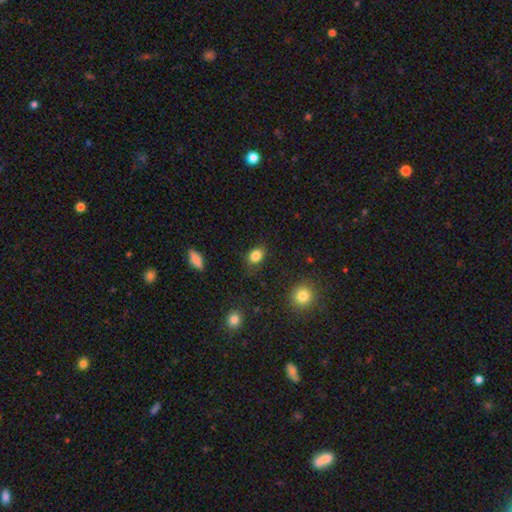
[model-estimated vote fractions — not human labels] A smooth galaxy with no disk features (84%) that is in between round and cigar-shaped (68%). Merging: none (75%).